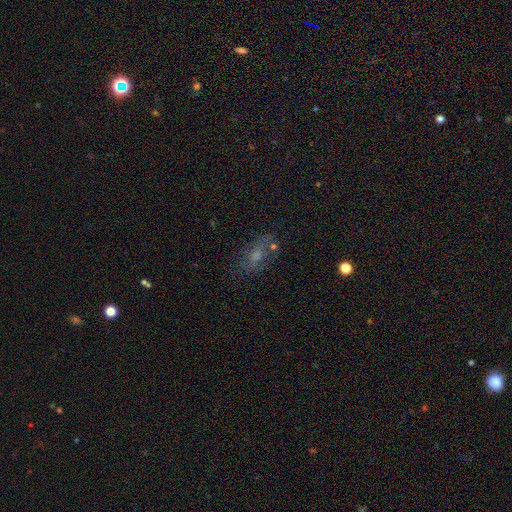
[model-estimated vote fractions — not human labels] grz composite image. It shows a smooth galaxy with no disk features (47%). Merging: none (64%).